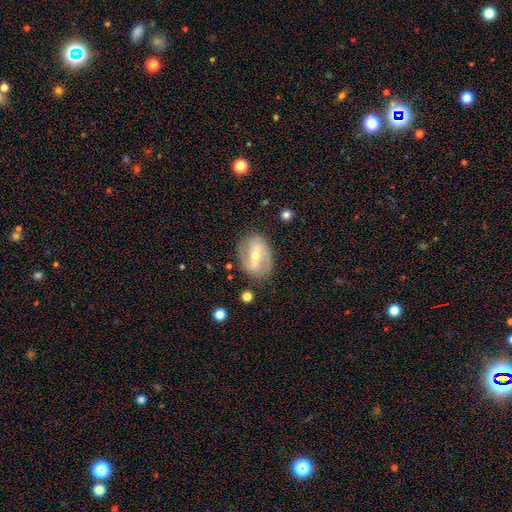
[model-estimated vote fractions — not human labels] This is clearly a featured or disk galaxy (80%). It is clearly not viewed edge-on (96%). Bar: possibly strong (47%). Spiral arm pattern: clearly yes (89%). Spiral arm count: clearly 2 (85%). Spiral winding: marginally medium (44%). Central bulge: possibly small (50%). Merging: likely none (78%).